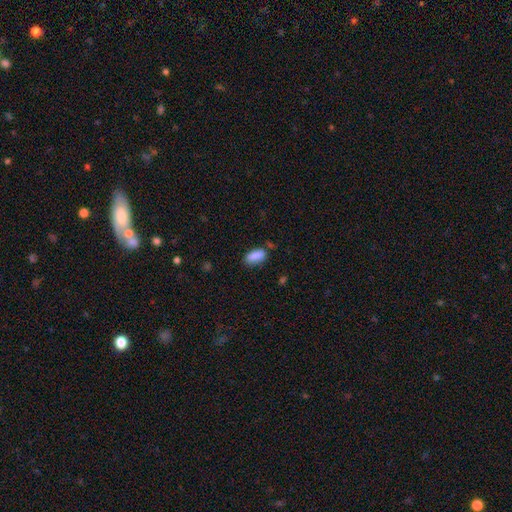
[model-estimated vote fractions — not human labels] Smooth or featured? smooth (88%)
How rounded? in between (88%)
Merging? none (73%)